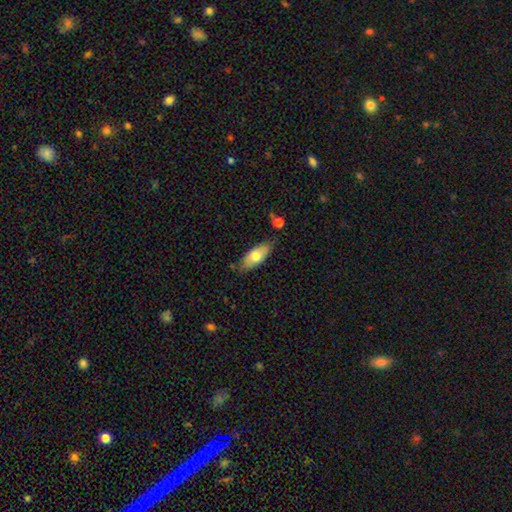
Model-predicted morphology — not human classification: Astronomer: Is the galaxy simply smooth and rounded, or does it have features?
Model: smooth — 70%.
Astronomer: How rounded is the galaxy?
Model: in between — 82%.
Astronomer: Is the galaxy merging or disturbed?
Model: none — 77%.